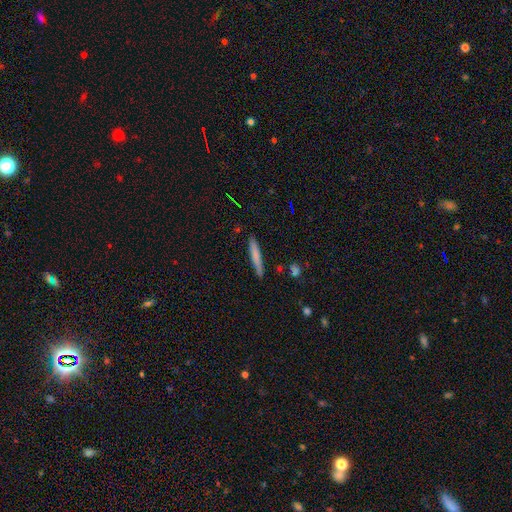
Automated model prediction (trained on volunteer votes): This appears to be a smooth galaxy with no disk features (74%) that is cigar-shaped (95%). Merging: none (88%).